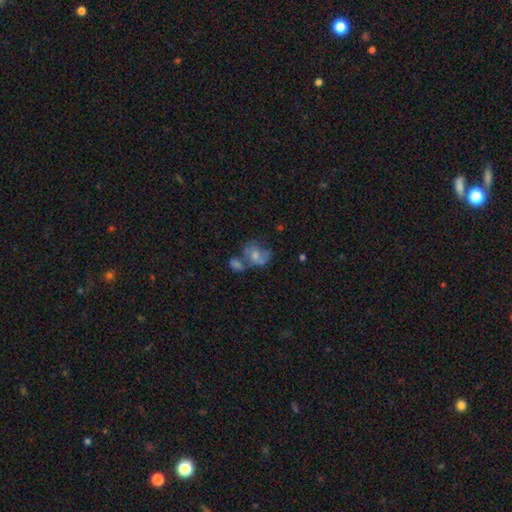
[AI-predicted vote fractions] Smooth or featured: smooth — 53% (featured or disk — 36%)
How rounded: in between — 59% (round — 40%)
Merging: merger — 37% (none — 25%)